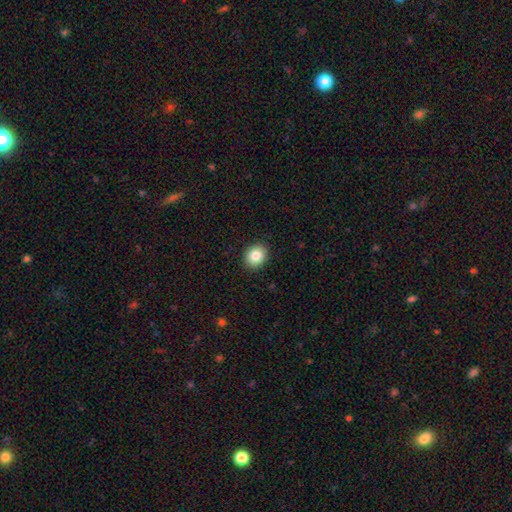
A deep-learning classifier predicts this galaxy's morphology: Smooth or featured?
  - smooth: 84% *
  - star or artifact: 9%
  - featured or disk: 6%
How rounded?
  - round: 70% *
  - in between: 29%
  - cigar-shaped: 1%
Merging?
  - none: 91% *
  - minor disturbance: 6%
  - major disturbance: 2%
  - merger: 1%